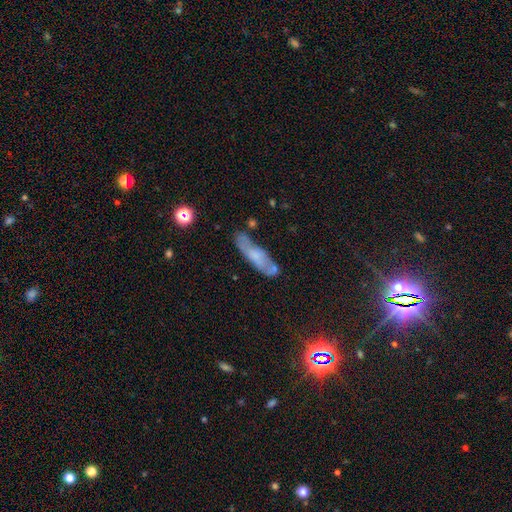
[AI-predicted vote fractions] Smooth or featured? smooth (50%)
How rounded? cigar-shaped (66%)
Merging? none (59%)